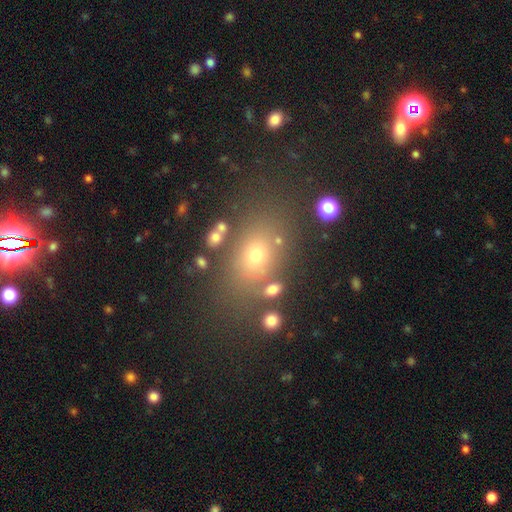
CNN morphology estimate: smooth_or_featured: smooth (p=0.68) [alt: star or artifact p=0.17]
how_rounded: in between (p=0.73) [alt: round p=0.24]
merging: none (p=0.70) [alt: minor disturbance p=0.15]